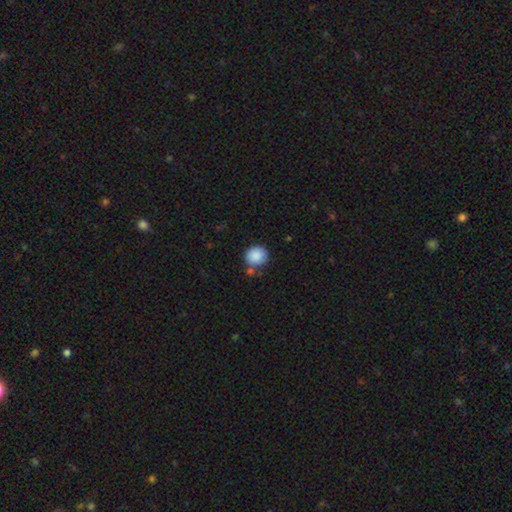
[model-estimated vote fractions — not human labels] smooth 88%, star or artifact 8%, featured or disk 4%. Down the decision tree: how rounded — round (87%); merging — none (72%).